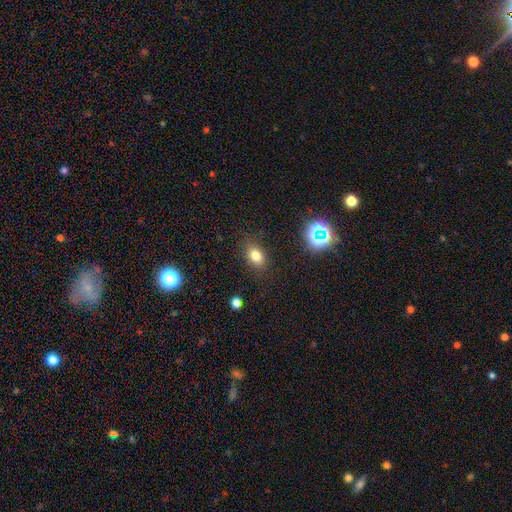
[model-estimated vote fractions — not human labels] A smooth galaxy with no disk features (77%) that is in between round and cigar-shaped (74%).

Vote fractions:
- Smooth or featured? smooth: 77% / star or artifact: 15% / featured or disk: 9%
- How rounded? in between: 74% / round: 24% / cigar-shaped: 2%
- Merging? none: 84% / minor disturbance: 11% / major disturbance: 3% / merger: 1%